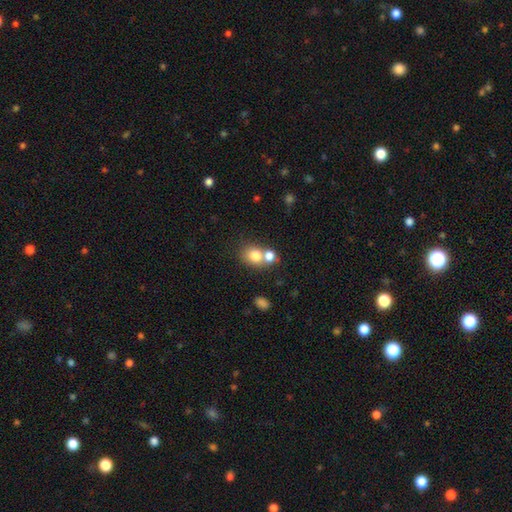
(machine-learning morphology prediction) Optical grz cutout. It shows a smooth galaxy with no disk features (78%) that is round (67%). Merging: merger (48%).